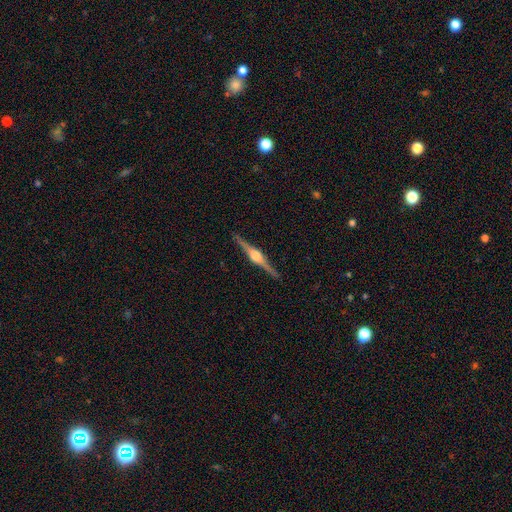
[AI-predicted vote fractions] smooth_or_featured: featured or disk (p=0.88) [alt: smooth p=0.07]
disk_edge_on: yes (p=0.98) [alt: no p=0.02]
edge_on_bulge: rounded (p=0.90) [alt: boxy p=0.08]
merging: none (p=0.91) [alt: minor disturbance p=0.06]